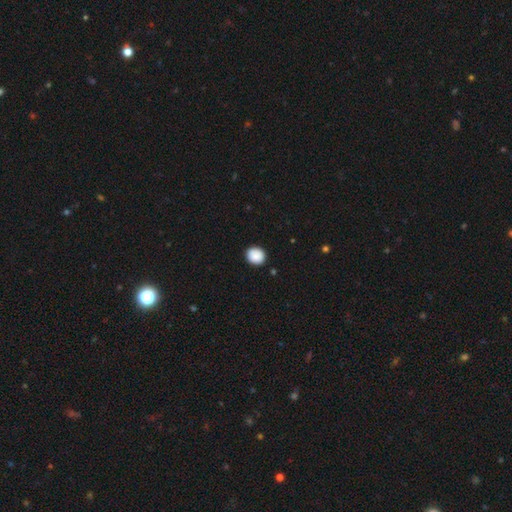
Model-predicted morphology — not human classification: Smooth or featured? smooth (88%)
How rounded? round (77%)
Merging? none (88%)